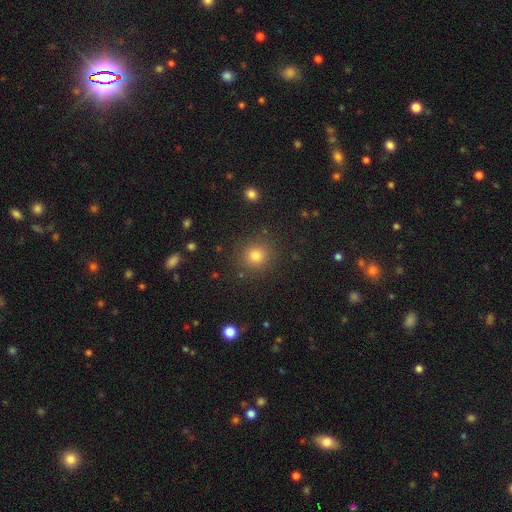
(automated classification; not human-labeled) Q: Smooth or featured?
A: smooth (80%); runner-up: star or artifact (14%)
Q: How rounded?
A: round (91%); runner-up: in between (8%)
Q: Merging?
A: none (88%); runner-up: minor disturbance (7%)